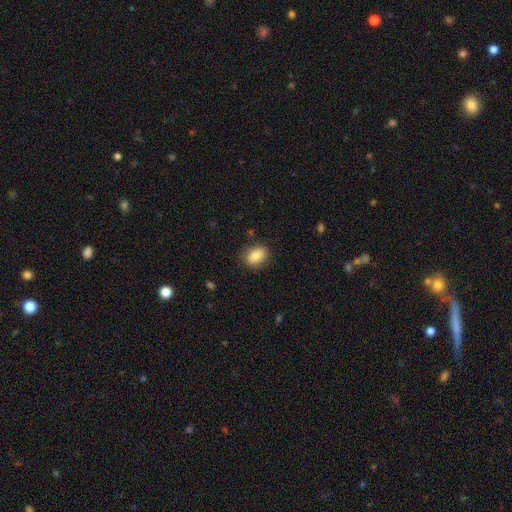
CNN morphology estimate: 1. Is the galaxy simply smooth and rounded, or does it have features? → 84% smooth, 8% star or artifact, 8% featured or disk.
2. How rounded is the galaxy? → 74% in between, 25% round, 2% cigar-shaped.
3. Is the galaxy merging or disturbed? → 84% none, 11% minor disturbance, 3% major disturbance, 1% merger.